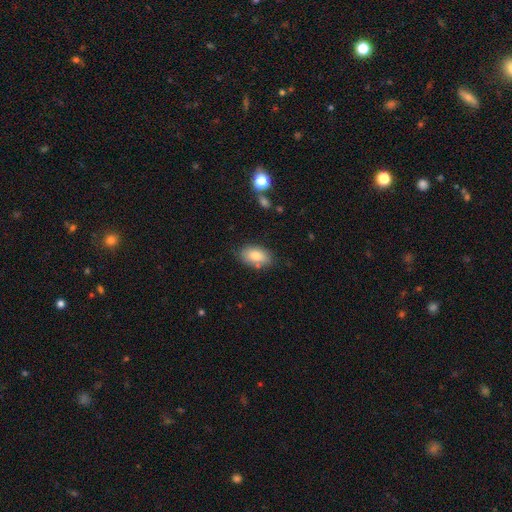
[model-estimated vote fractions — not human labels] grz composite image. It shows a smooth galaxy with no disk features (82%) that is in between round and cigar-shaped (91%). Merging: none (75%).